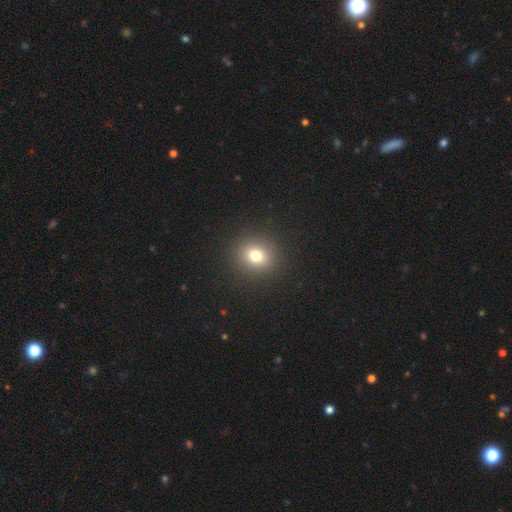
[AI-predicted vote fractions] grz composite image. It shows a smooth galaxy with no disk features (76%) that is round (82%). Merging: none (91%).